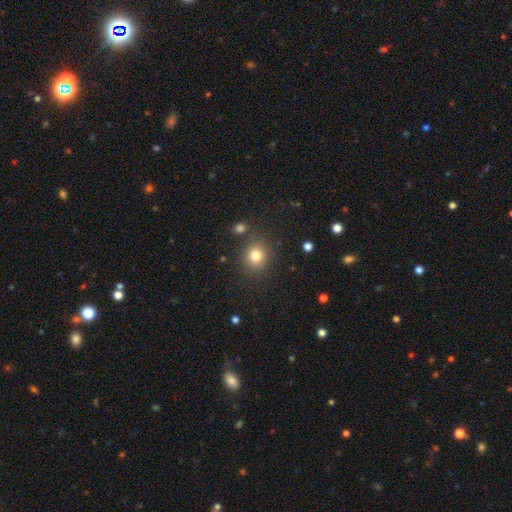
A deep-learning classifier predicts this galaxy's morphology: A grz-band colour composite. It shows a smooth galaxy with no disk features (80%) that is round (80%). Merging: none (82%).